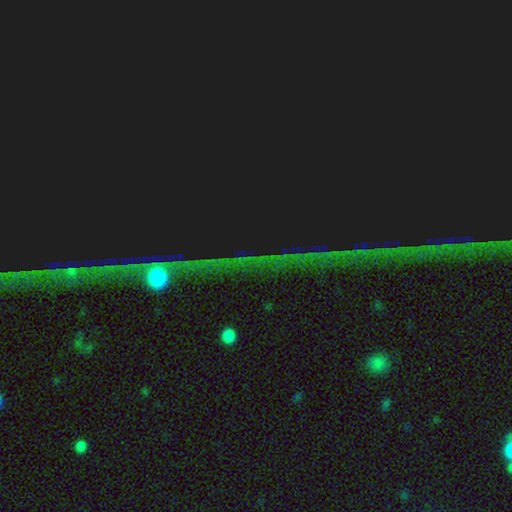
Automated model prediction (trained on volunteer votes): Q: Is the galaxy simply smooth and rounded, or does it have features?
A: star or artifact — 83%.